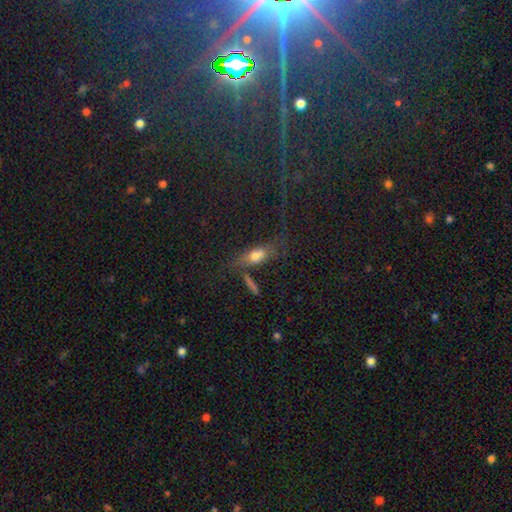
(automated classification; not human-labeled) This is likely a smooth galaxy (64%). How rounded: likely in between (66%). Merging: possibly none (52%).